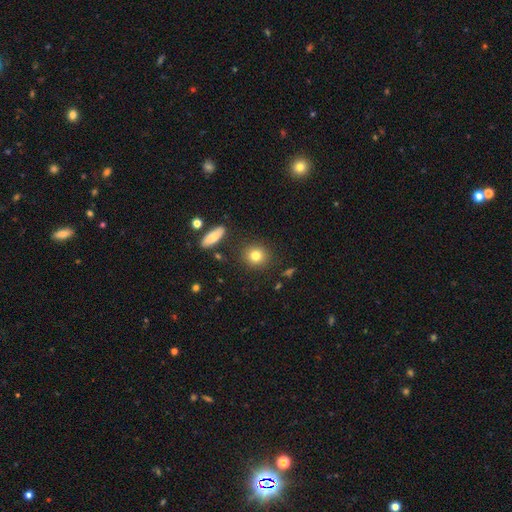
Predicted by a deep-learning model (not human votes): smooth_or_featured: smooth (p=0.80) [alt: star or artifact p=0.11]
how_rounded: round (p=0.85) [alt: in between p=0.14]
merging: none (p=0.88) [alt: minor disturbance p=0.07]